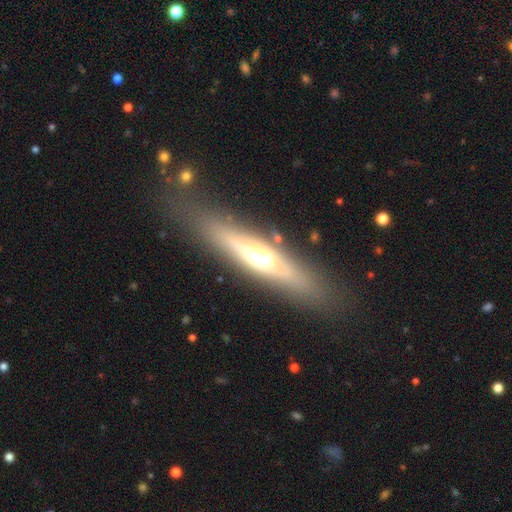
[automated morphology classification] type=featured or disk (57%); edge-on=yes (82%); merging=none (80%).